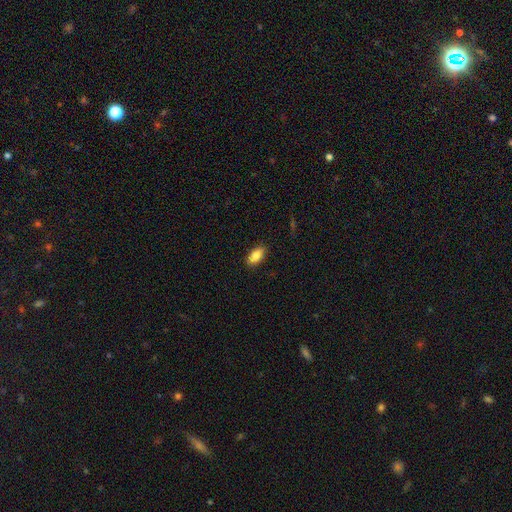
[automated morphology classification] A smooth galaxy with no disk features (86%) that is in between round and cigar-shaped (92%). Merging: none (87%).